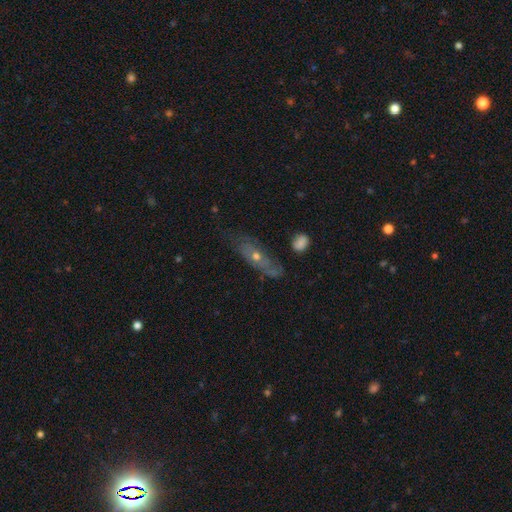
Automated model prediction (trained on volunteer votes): Overall: featured or disk (57%; smooth 34%). Edge-on disk: no (64%; yes 36%). Merging: none (56%; minor disturbance 27%).